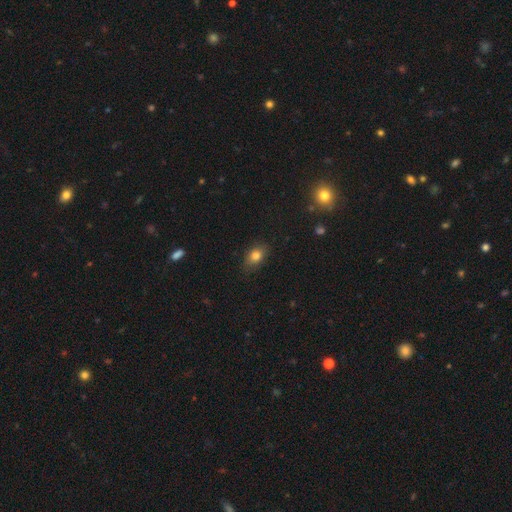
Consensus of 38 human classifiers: A smooth galaxy with no disk features (89%) that is in between round and cigar-shaped (88%). Merging: none (83%).